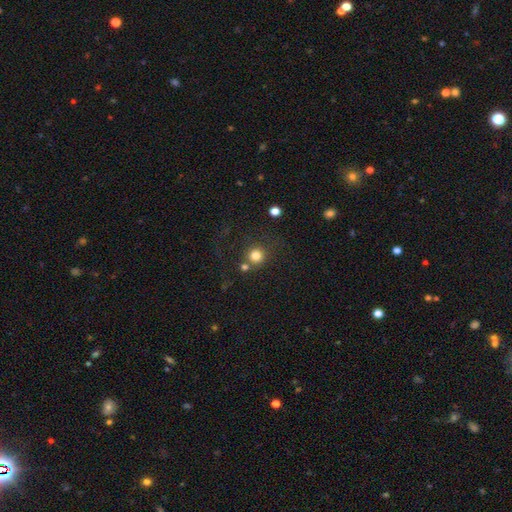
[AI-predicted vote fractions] This appears to be a smooth galaxy with no disk features (80%) that is round (92%). Merging: none (70%).